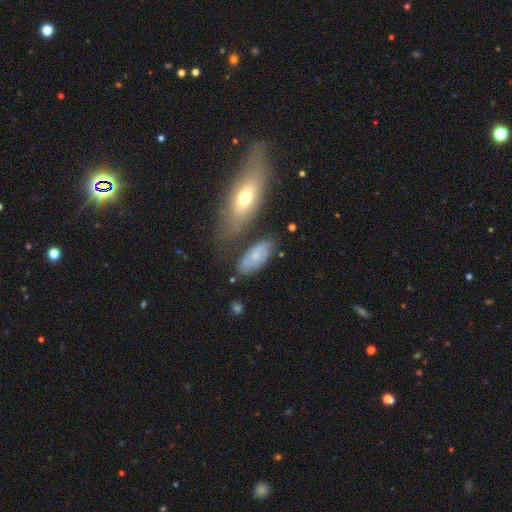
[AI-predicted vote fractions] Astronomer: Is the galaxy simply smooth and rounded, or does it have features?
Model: featured or disk — 47% (runner-up: smooth, 46%).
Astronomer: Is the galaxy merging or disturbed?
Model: none — 63%.